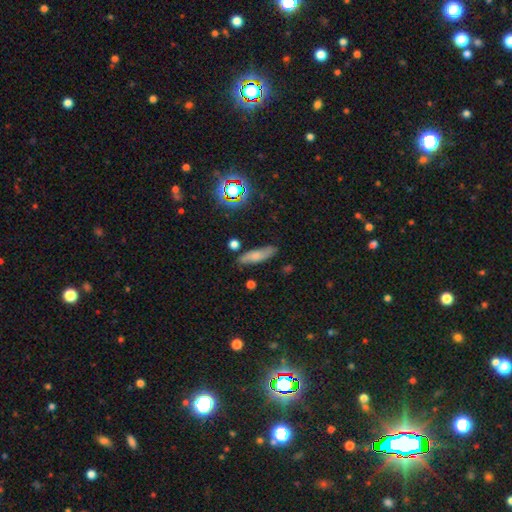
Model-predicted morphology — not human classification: The model was most divided on "how rounded": cigar-shaped: 59%, in between: 37%, round: 4%. More confident: merging — none (79%); smooth or featured — smooth (63%).